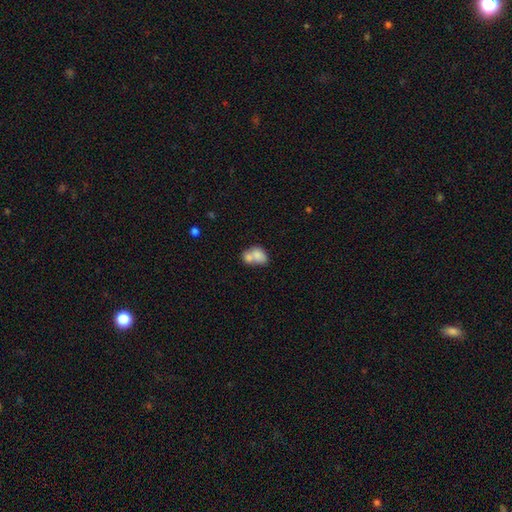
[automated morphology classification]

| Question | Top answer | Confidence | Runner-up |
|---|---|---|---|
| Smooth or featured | smooth | 76% | featured or disk (16%) |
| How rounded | in between | 72% | round (26%) |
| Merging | merger | 68% | none (20%) |